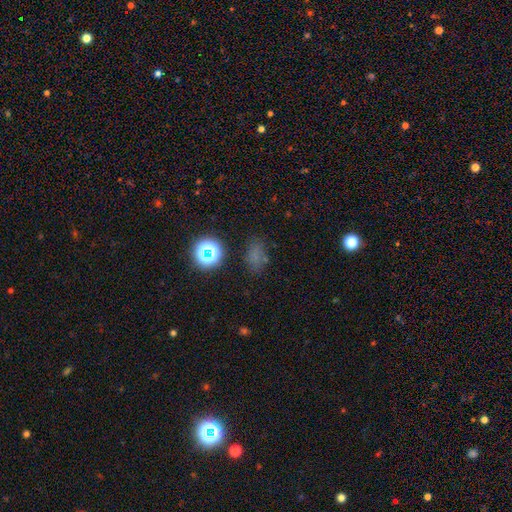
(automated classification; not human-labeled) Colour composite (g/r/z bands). It shows a smooth galaxy with no disk features (57%) that is in between round and cigar-shaped (70%). Merging: none (71%).